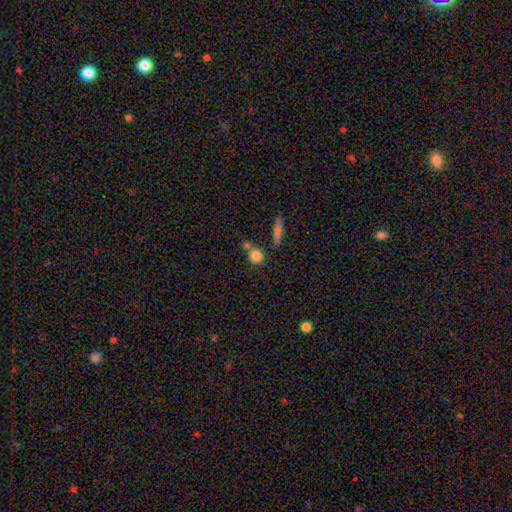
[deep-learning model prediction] Q: Smooth or featured?
A: smooth (82%); runner-up: star or artifact (10%)
Q: How rounded?
A: round (85%); runner-up: in between (11%)
Q: Merging?
A: none (62%); runner-up: merger (24%)